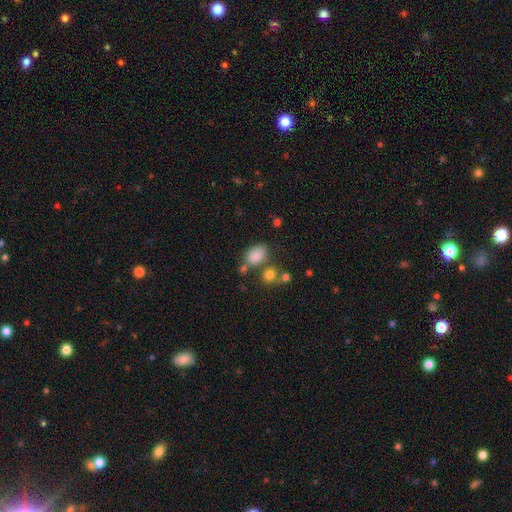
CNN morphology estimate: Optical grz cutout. It shows a smooth galaxy with no disk features (83%) that is in between round and cigar-shaped (79%). Merging: none (58%).